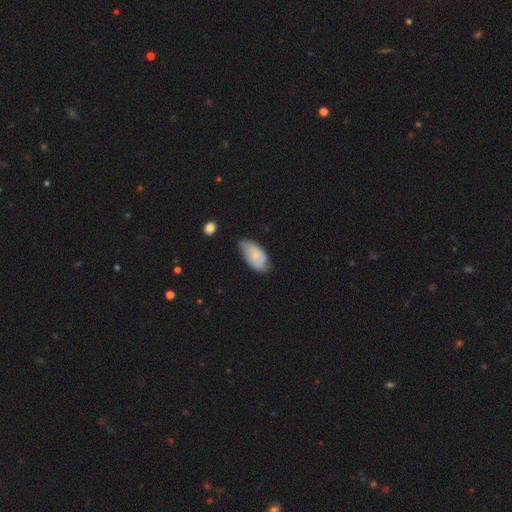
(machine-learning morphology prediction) The model was most divided on "merging": none: 54%, minor disturbance: 37%, major disturbance: 7%, merger: 2%. More confident: how rounded — in between (94%); smooth or featured — smooth (62%).